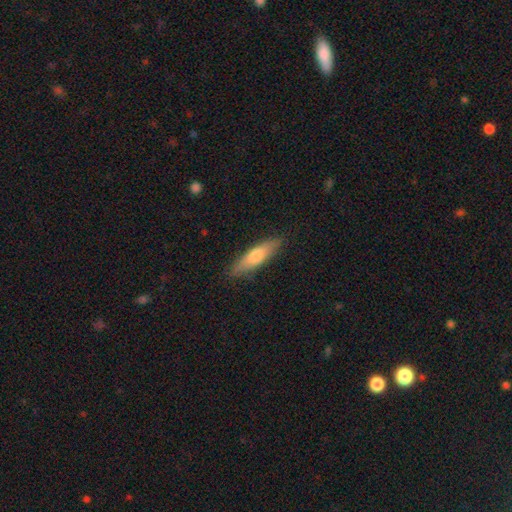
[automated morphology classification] Smooth or featured?
  - smooth: 66% *
  - featured or disk: 28%
  - star or artifact: 6%
How rounded?
  - cigar-shaped: 73% *
  - in between: 26%
  - round: 2%
Merging?
  - none: 87% *
  - minor disturbance: 10%
  - major disturbance: 2%
  - merger: 1%